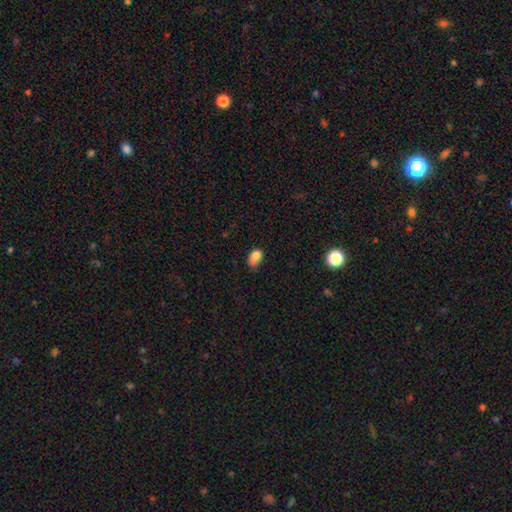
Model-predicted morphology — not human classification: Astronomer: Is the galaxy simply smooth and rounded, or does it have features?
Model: smooth — 78%.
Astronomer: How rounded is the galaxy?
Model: in between — 76%.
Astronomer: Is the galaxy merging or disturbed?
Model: minor disturbance — 40% (runner-up: none, 32%).